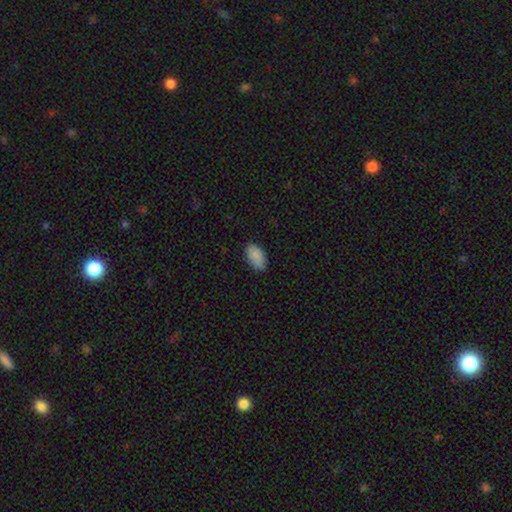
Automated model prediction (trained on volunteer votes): This is clearly a smooth galaxy (88%). How rounded: clearly in between (94%). Merging: clearly none (83%).